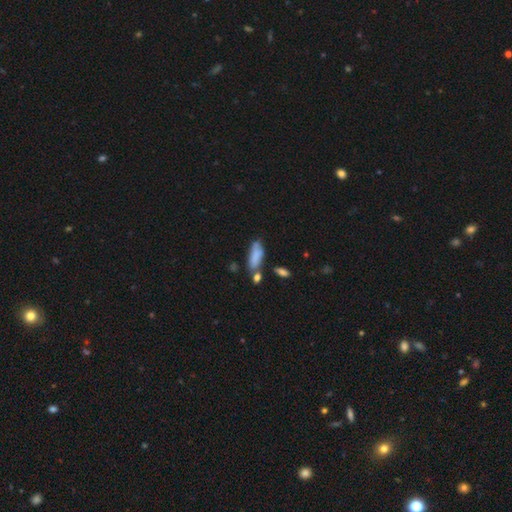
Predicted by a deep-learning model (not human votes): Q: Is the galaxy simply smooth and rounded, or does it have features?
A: smooth — 78%.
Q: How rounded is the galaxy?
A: in between — 70%.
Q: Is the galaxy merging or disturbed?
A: none — 45%.